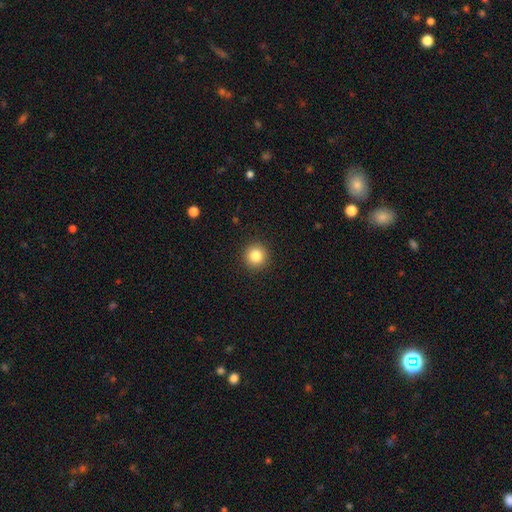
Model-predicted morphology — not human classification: smooth-or-featured: smooth: 84% | star or artifact: 11% | featured or disk: 6%
  how-rounded: round: 94% | in between: 5% | cigar-shaped: 1%
  merging: none: 92% | minor disturbance: 5% | major disturbance: 2% | merger: 1%